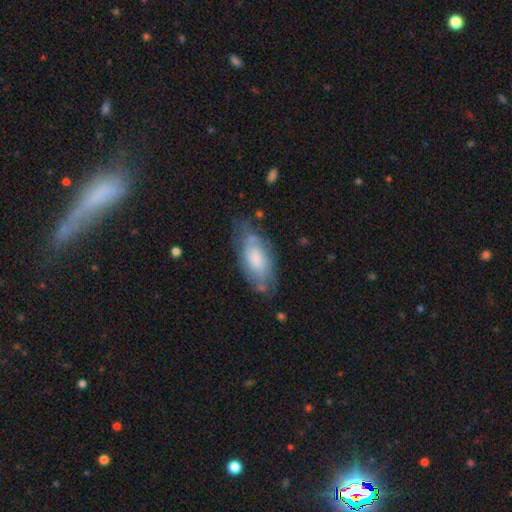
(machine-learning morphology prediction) Smooth or featured? featured or disk (50%)
Edge-on disk? no (88%)
Merging? none (62%)